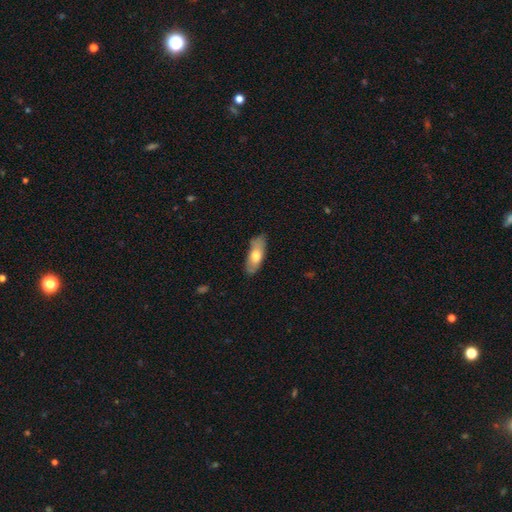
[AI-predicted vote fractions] Smooth or featured? Predicted: smooth (p=0.67). How rounded? Predicted: in between (p=0.74). Merging? Predicted: none (p=0.80).